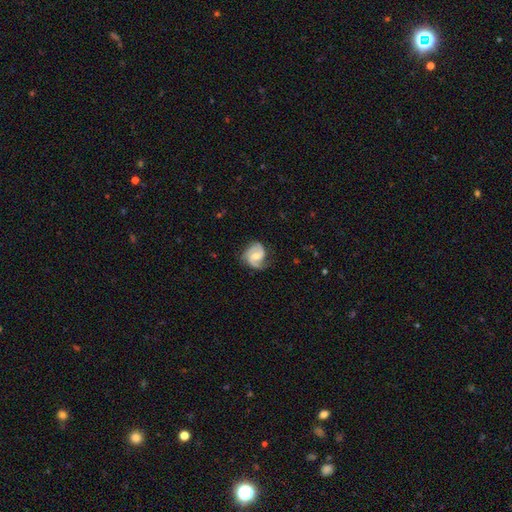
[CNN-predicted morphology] The model was most divided on "bar": no: 48%, weak: 42%, strong: 10%. More confident: edge-on disk — no (98%); spiral arms — yes (97%); spiral arm count — 2 (84%); smooth or featured — featured or disk (84%); merging — none (69%); bulge size — moderate (54%); spiral winding — medium (51%).